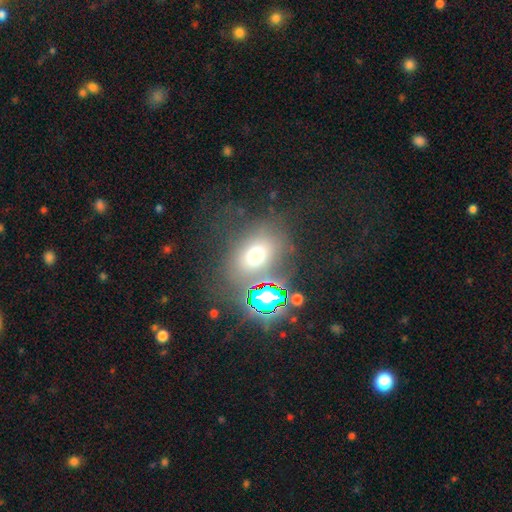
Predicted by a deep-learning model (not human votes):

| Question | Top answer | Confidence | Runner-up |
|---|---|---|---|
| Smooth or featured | smooth | 61% | star or artifact (24%) |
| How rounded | in between | 59% | round (39%) |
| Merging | none | 66% | minor disturbance (15%) |